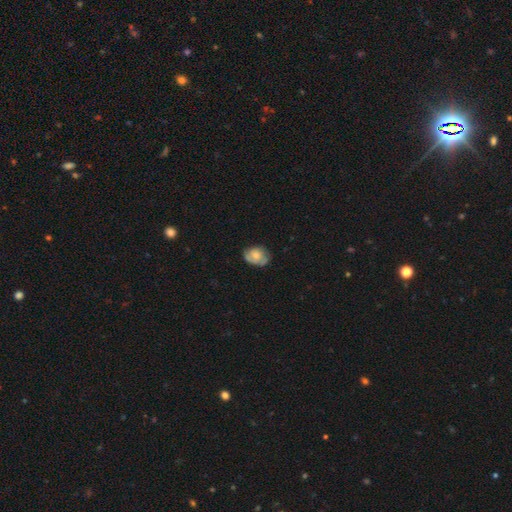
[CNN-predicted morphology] Overall: smooth (59%; featured or disk 33%). How rounded: in between (60%; round 39%). Merging: none (60%; minor disturbance 29%).